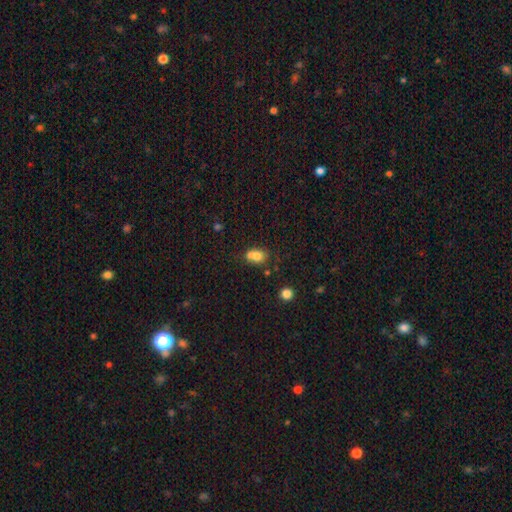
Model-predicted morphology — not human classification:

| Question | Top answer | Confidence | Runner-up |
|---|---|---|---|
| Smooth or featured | smooth | 75% | featured or disk (14%) |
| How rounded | in between | 65% | round (33%) |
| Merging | none | 41% | merger (38%) |